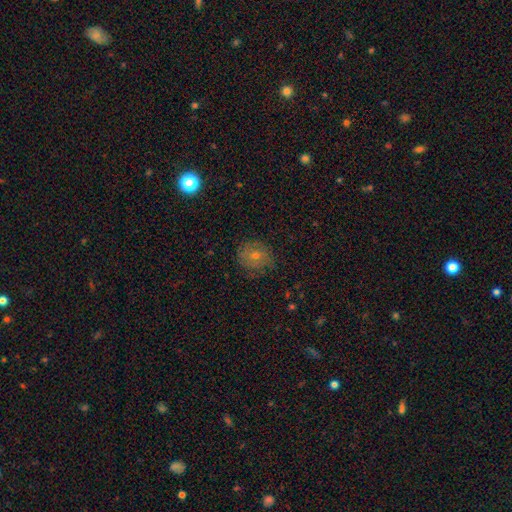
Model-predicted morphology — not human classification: The model was most divided on "smooth or featured": smooth: 55%, featured or disk: 29%, star or artifact: 15%. More confident: how rounded — round (81%); merging — none (80%).